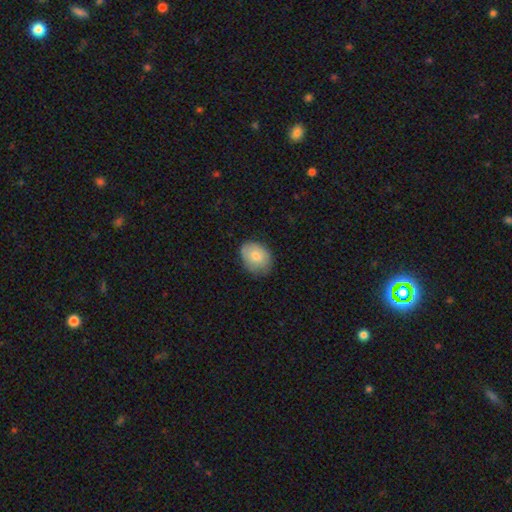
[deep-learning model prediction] This is likely a smooth galaxy (79%). How rounded: likely in between (68%). Merging: likely none (75%).